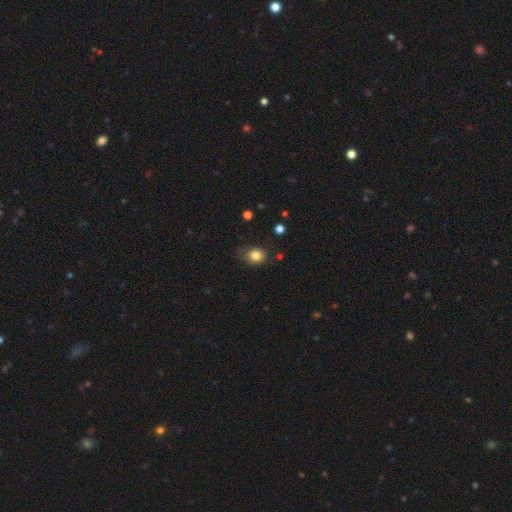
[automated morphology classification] Smooth or featured? smooth (81%)
How rounded? round (65%)
Merging? none (66%)